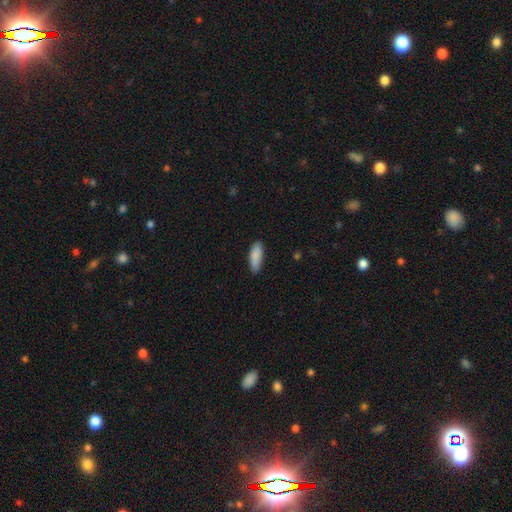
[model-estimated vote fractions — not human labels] This is clearly a smooth galaxy (88%). How rounded: likely in between (67%). Merging: clearly none (81%).